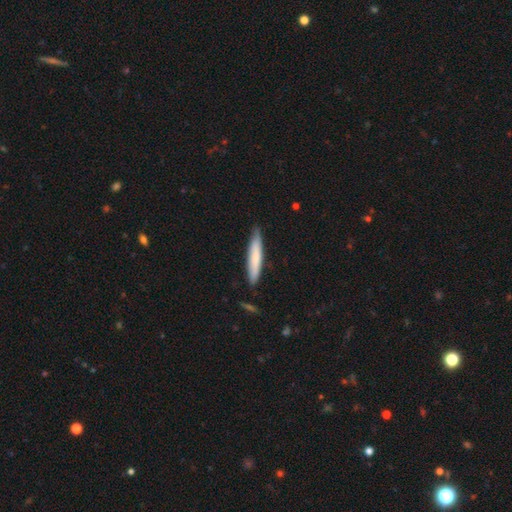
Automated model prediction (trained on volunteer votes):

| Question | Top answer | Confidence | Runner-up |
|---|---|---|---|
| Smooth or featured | smooth | 68% | featured or disk (27%) |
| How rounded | cigar-shaped | 91% | in between (8%) |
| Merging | none | 84% | minor disturbance (13%) |